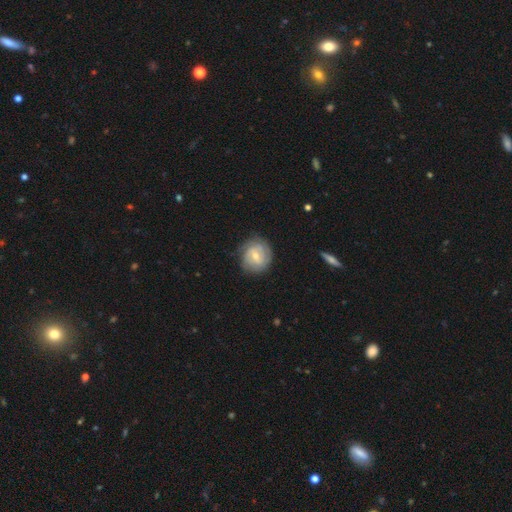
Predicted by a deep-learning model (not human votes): A featured or disk galaxy (65%) with a weak bar (53%), 2 (37%) tight (61%) spiral arms (86%) and a small central bulge (50%).

Vote fractions:
- Smooth or featured? featured or disk: 65% / smooth: 28% / star or artifact: 6%
- Edge-on disk? no: 97% / yes: 3%
- Bar? weak: 53% / no: 34% / strong: 13%
- Spiral arms? yes: 86% / no: 14%
- Spiral winding? tight: 61% / medium: 30% / loose: 9%
- Spiral arm count? 2: 37% / can't tell: 36% / 3: 15% / 4: 5% / 1: 4% / more than 4: 3%
- Bulge size? small: 50% / moderate: 45% / large: 2% / none: 2% / dominant: 1%
- Merging? none: 78% / minor disturbance: 16% / major disturbance: 5% / merger: 1%